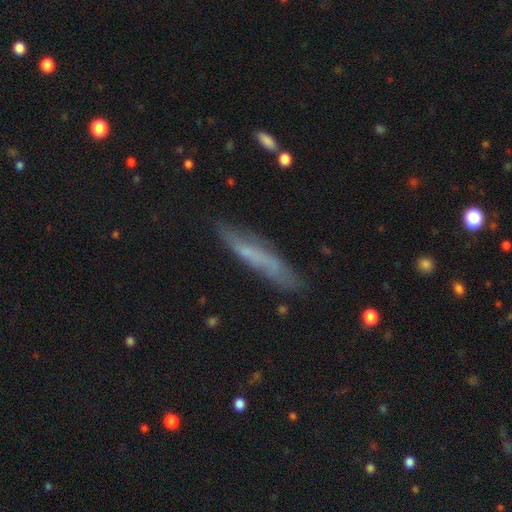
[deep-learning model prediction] Overall: smooth (47%; featured or disk 44%). Merging: none (74%).